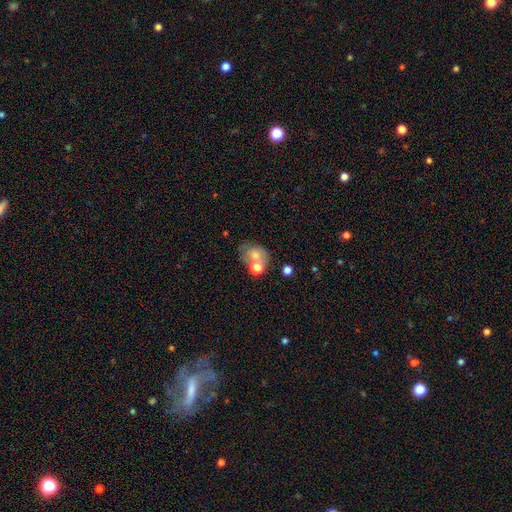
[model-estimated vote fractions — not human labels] Overall: smooth (66%). How rounded: in between (52%; round 47%). Merging: none (41%; merger 34%).